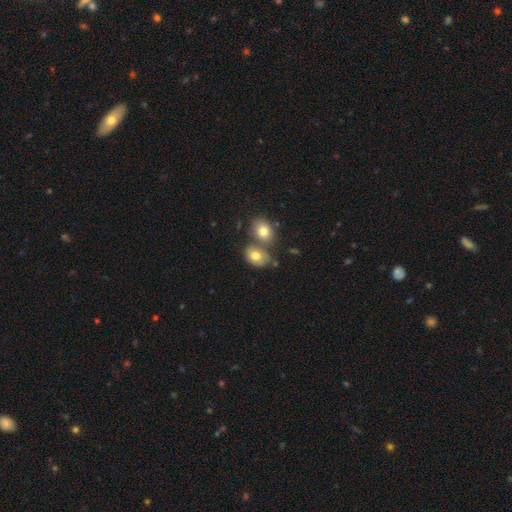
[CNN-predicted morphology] Q: Smooth or featured?
A: smooth (76%); runner-up: featured or disk (16%)
Q: How rounded?
A: in between (74%); runner-up: round (25%)
Q: Merging?
A: merger (43%); runner-up: none (40%)